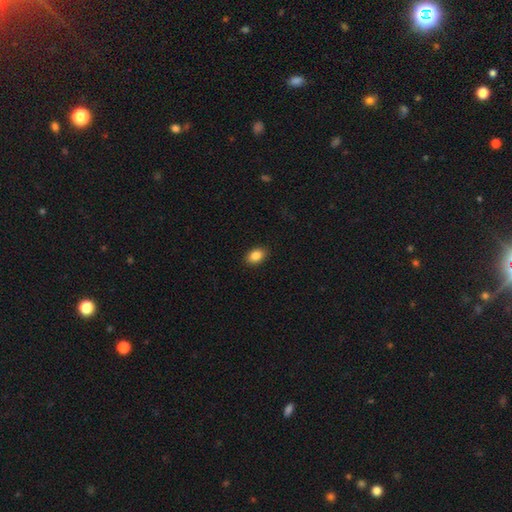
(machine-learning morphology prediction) Smooth or featured: smooth — 86% (star or artifact — 9%)
How rounded: in between — 80% (round — 19%)
Merging: none — 90% (minor disturbance — 7%)